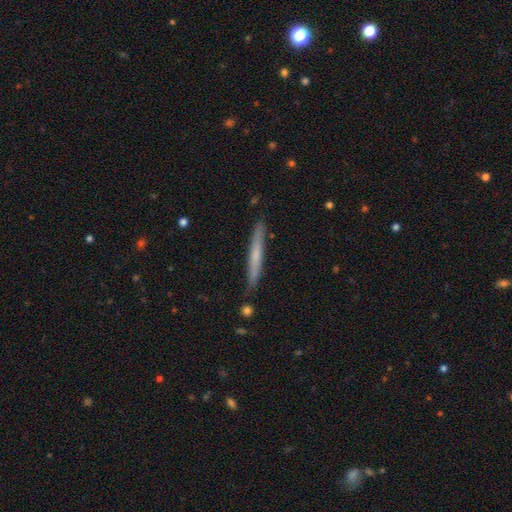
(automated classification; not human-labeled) smooth-or-featured: smooth: 55% | featured or disk: 40% | star or artifact: 6%
  how-rounded: cigar-shaped: 97% | in between: 2% | round: 1%
  merging: none: 88% | minor disturbance: 9% | merger: 2% | major disturbance: 2%